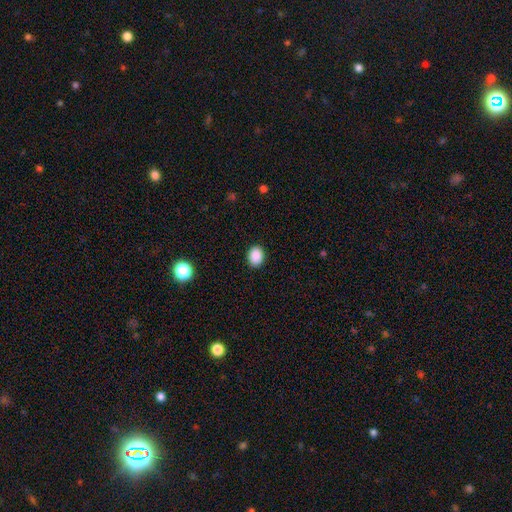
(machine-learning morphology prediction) A smooth galaxy with no disk features (89%) that is in between round and cigar-shaped (56%). Merging: none (90%).